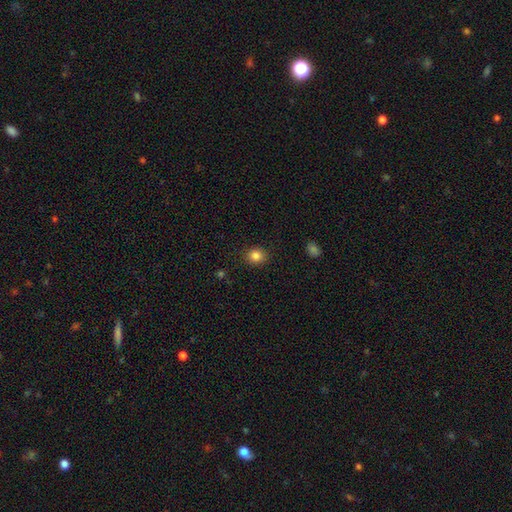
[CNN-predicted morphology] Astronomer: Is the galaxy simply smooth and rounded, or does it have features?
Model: smooth — 85%.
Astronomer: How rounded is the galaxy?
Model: round — 77%.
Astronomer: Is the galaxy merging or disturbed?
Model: none — 89%.